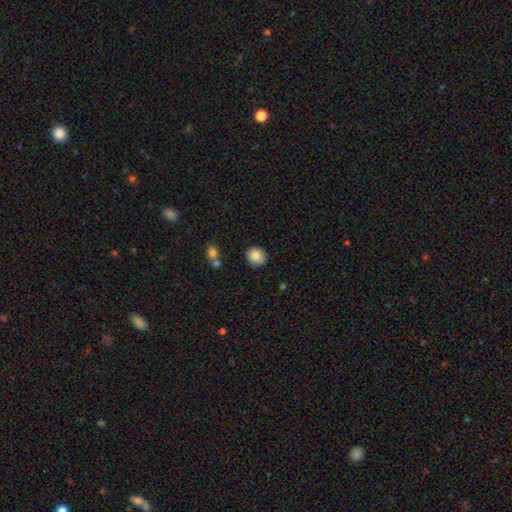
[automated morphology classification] A smooth galaxy with no disk features (84%) that is round (86%).

Vote fractions:
- Smooth or featured? smooth: 84% / star or artifact: 9% / featured or disk: 8%
- How rounded? round: 86% / in between: 13% / cigar-shaped: 1%
- Merging? none: 85% / minor disturbance: 10% / merger: 3% / major disturbance: 2%